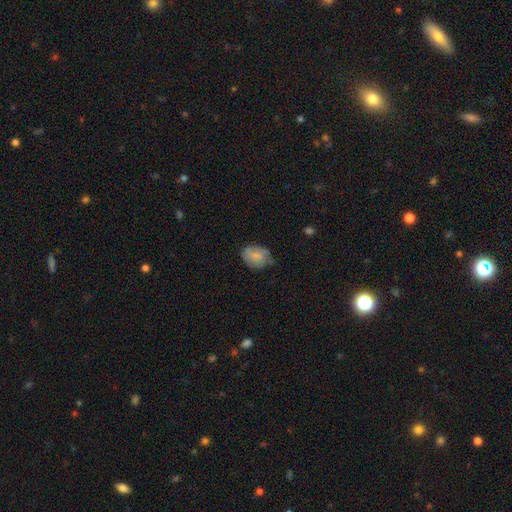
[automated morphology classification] Smooth or featured? Predicted: smooth (p=0.73). How rounded? Predicted: in between (p=0.66). Merging? Predicted: none (p=0.53).